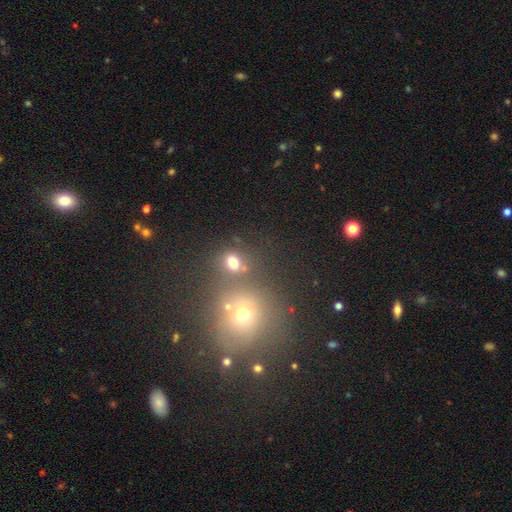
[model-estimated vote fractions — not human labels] This is possibly a smooth galaxy (49%). Merging: likely none (61%).